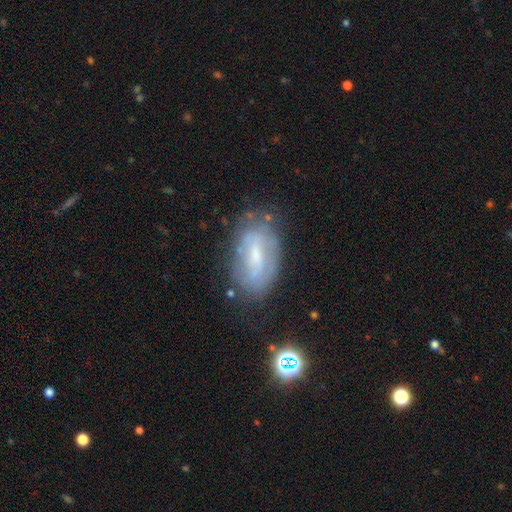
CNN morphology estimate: This is possibly a featured or disk galaxy (56%). It is clearly not viewed edge-on (90%). Merging: likely none (69%).